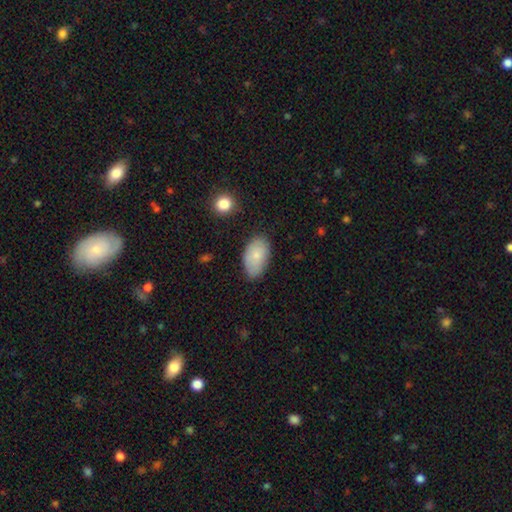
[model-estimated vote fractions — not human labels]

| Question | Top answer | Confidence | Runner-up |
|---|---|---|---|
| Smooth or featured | smooth | 79% | featured or disk (14%) |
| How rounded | in between | 94% | round (5%) |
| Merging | none | 72% | minor disturbance (22%) |